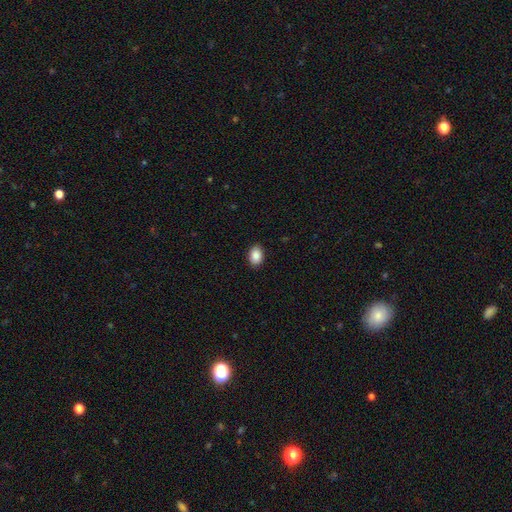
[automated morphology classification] This is clearly a smooth galaxy (87%). How rounded: likely in between (77%). Merging: clearly none (90%).